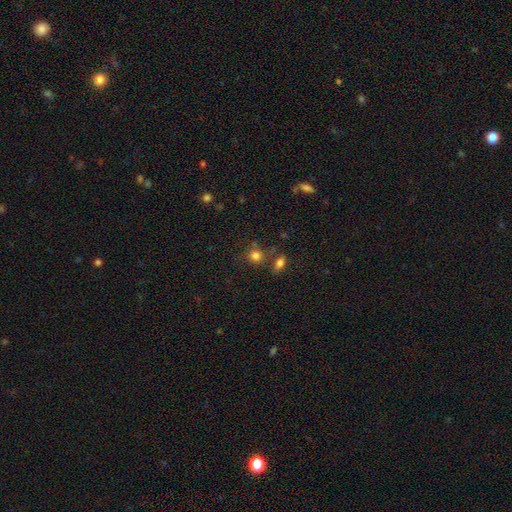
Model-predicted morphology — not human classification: smooth 80%, star or artifact 13%, featured or disk 7%. Down the decision tree: how rounded — round (83%); merging — none (66%).